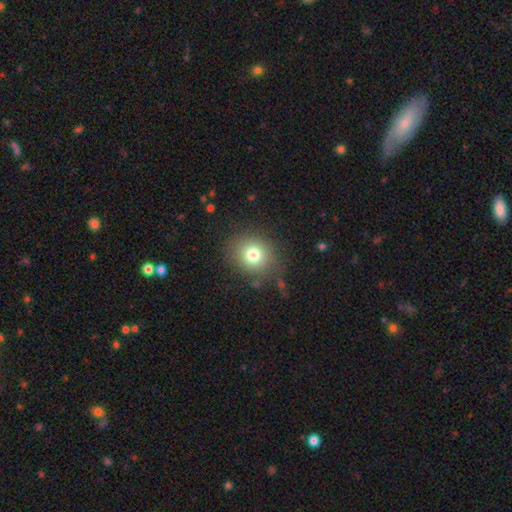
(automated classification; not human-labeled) Morphology: type=smooth (77%); roundness=round (81%); merging=none (86%).